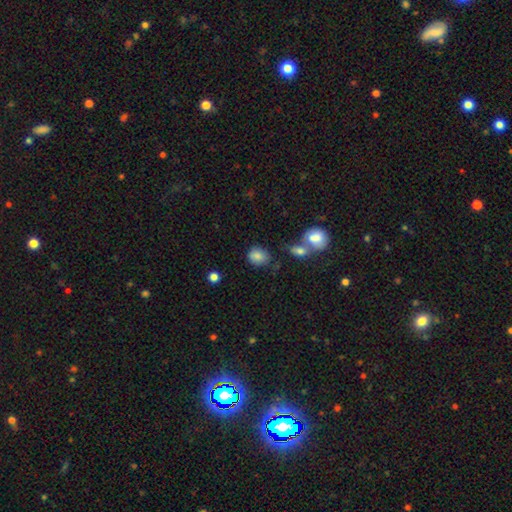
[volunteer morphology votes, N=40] Overall: smooth (92%). How rounded: in between (54%; round 46%). Merging: none (58%; minor disturbance 18%).